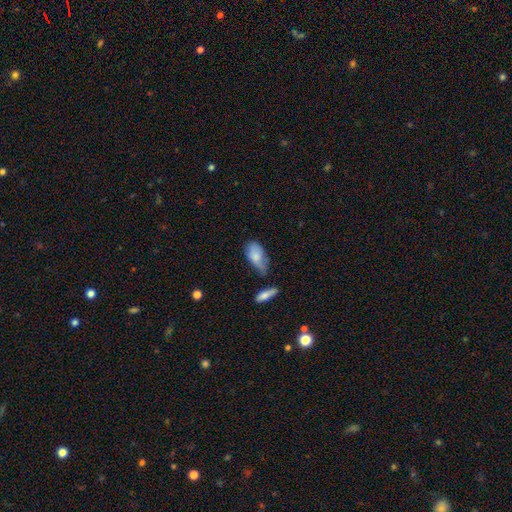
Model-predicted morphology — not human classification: Smooth or featured? Predicted: smooth (p=0.78). How rounded? Predicted: in between (p=0.91). Merging? Predicted: minor disturbance (p=0.37).